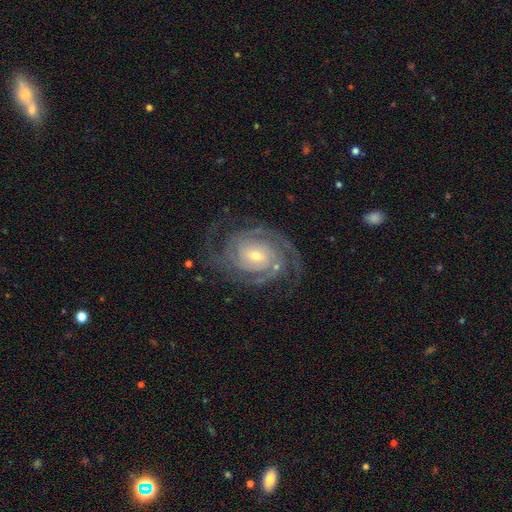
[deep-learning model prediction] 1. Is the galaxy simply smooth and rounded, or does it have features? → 92% featured or disk, 4% star or artifact, 3% smooth.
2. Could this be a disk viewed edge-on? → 98% no, 2% yes.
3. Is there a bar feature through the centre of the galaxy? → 60% no, 29% weak, 11% strong.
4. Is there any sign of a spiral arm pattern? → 98% yes, 2% no.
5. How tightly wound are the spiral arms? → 70% tight, 26% medium, 4% loose.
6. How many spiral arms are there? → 39% 2, 26% 3, 13% can't tell, 11% 4, 6% more than 4, 6% 1.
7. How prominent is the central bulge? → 63% small, 32% moderate, 2% large, 1% none, 1% dominant.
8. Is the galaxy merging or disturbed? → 77% none, 14% minor disturbance, 8% major disturbance, 1% merger.